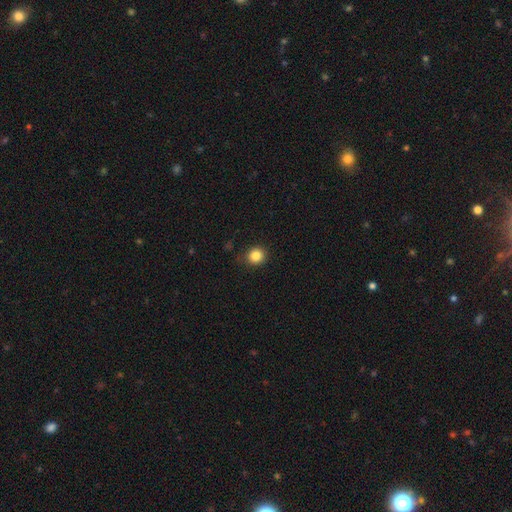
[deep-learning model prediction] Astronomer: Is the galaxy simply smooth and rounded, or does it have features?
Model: smooth — 85%.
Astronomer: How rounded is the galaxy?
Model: round — 88%.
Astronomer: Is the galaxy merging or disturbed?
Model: none — 85%.